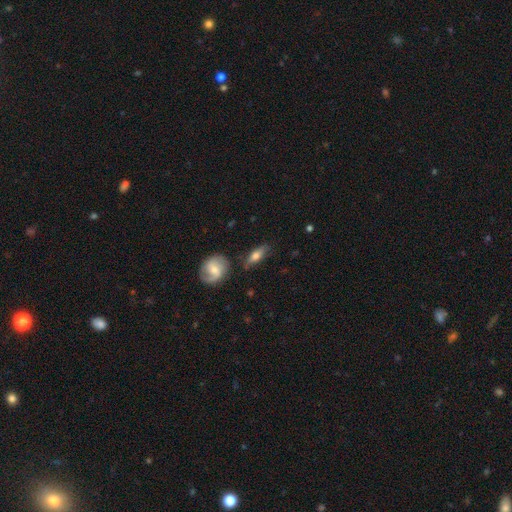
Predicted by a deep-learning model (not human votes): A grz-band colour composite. It shows a smooth galaxy with no disk features (60%) that is in between round and cigar-shaped (64%). Merging: none (74%).